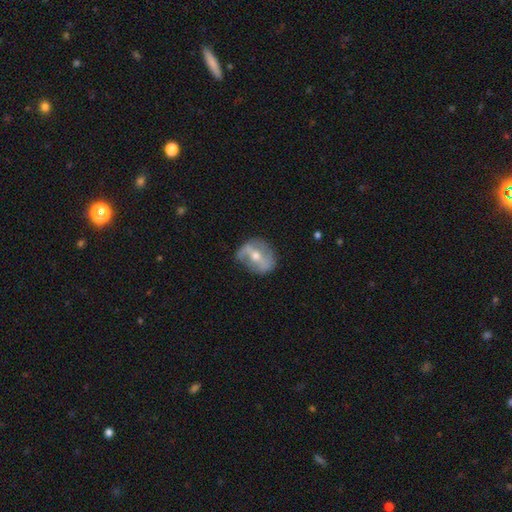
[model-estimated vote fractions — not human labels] A featured or disk galaxy (73%) with a strong bar (50%), spiral arms (66%) and a moderate central bulge (58%).

Vote fractions:
- Smooth or featured? featured or disk: 73% / smooth: 19% / star or artifact: 8%
- Edge-on disk? no: 92% / yes: 8%
- Bar? strong: 50% / weak: 31% / no: 19%
- Spiral arms? yes: 66% / no: 34%
- Bulge size? moderate: 58% / small: 39% / large: 2% / none: 1% / dominant: 1%
- Merging? none: 68% / minor disturbance: 22% / major disturbance: 8% / merger: 2%